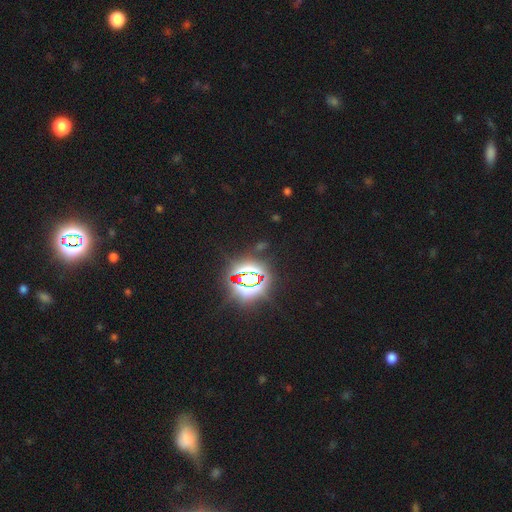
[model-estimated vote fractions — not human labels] Q: Smooth or featured?
A: star or artifact (83%); runner-up: smooth (10%)